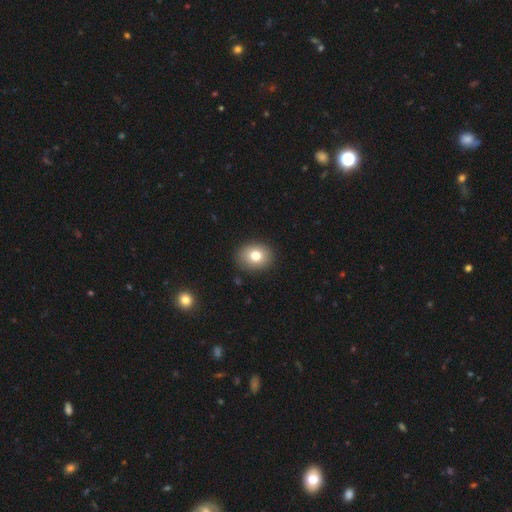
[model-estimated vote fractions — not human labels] Smooth or featured: smooth — 77% (featured or disk — 12%)
How rounded: round — 55% (in between — 44%)
Merging: none — 89% (minor disturbance — 8%)